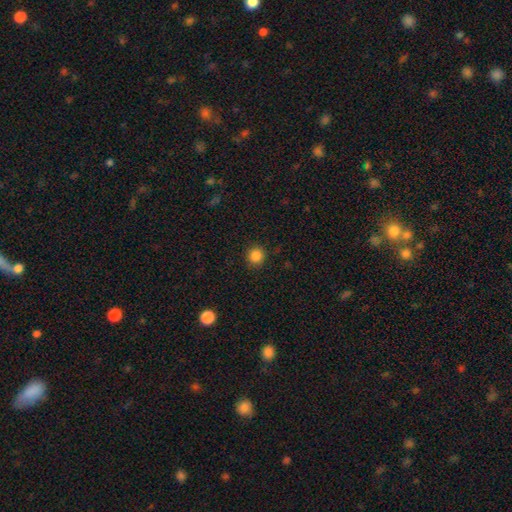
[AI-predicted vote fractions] smooth_or_featured: smooth (p=0.85) [alt: star or artifact p=0.11]
how_rounded: round (p=0.92) [alt: in between p=0.07]
merging: none (p=0.91) [alt: minor disturbance p=0.06]